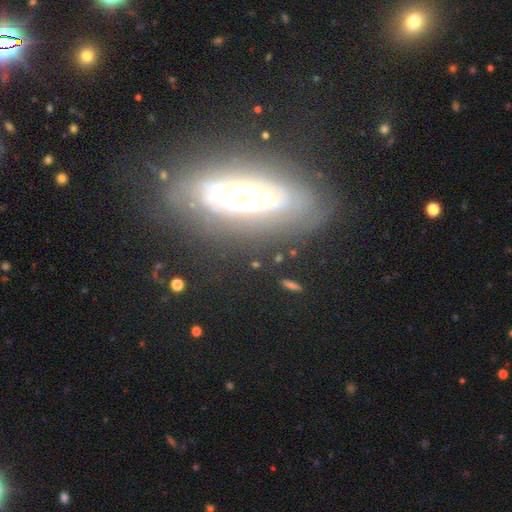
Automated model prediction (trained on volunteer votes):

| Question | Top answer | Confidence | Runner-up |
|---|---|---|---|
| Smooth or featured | featured or disk | 67% | smooth (22%) |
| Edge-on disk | no | 65% | yes (35%) |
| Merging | none | 77% | minor disturbance (14%) |